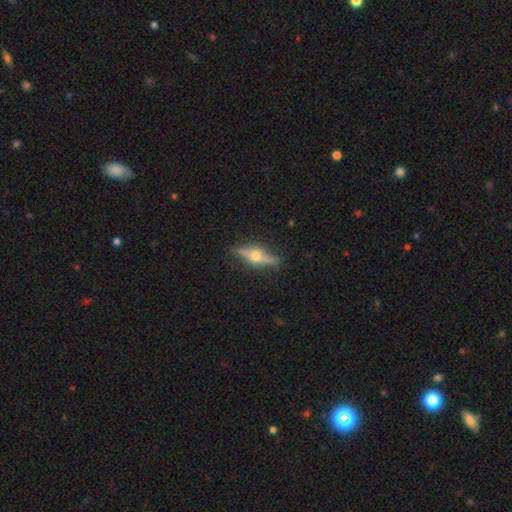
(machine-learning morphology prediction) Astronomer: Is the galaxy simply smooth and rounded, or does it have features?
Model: featured or disk — 72%.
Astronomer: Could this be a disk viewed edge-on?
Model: yes — 95%.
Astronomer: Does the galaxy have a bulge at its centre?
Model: rounded — 96%.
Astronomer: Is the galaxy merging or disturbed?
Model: none — 87%.